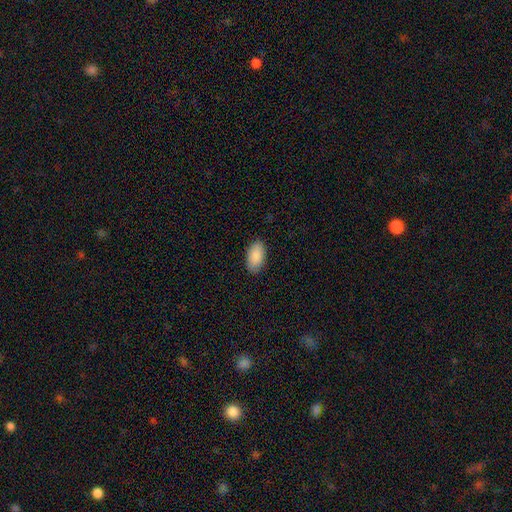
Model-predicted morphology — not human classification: The model was most divided on "merging": none: 88%, minor disturbance: 9%, major disturbance: 2%, merger: 1%. More confident: how rounded — in between (95%); smooth or featured — smooth (90%).